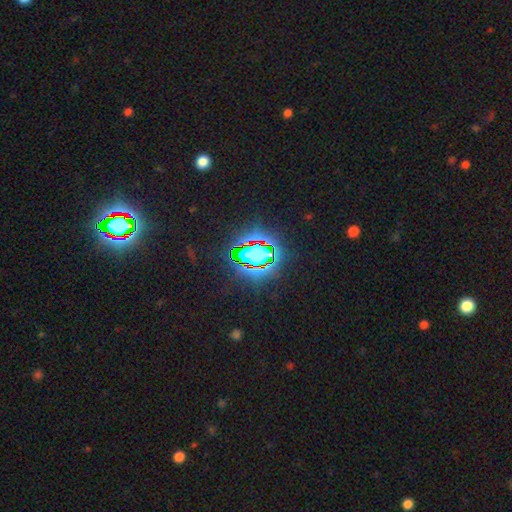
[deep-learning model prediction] smooth_or_featured: star or artifact (p=0.81) [alt: smooth p=0.11]